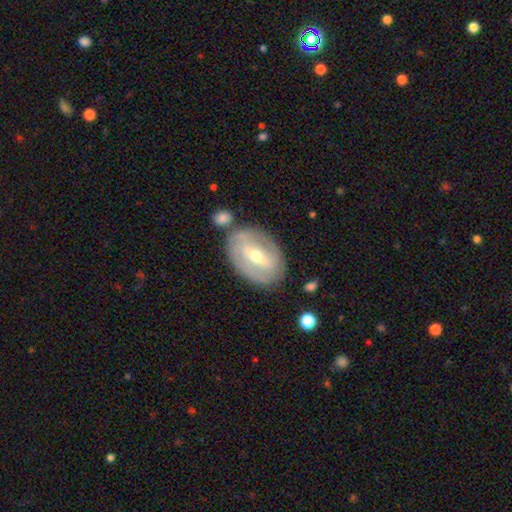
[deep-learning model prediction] Q: Smooth or featured?
A: featured or disk (73%); runner-up: smooth (22%)
Q: Edge-on disk?
A: no (92%); runner-up: yes (8%)
Q: Bar?
A: strong (46%); runner-up: weak (38%)
Q: Spiral arms?
A: yes (57%); runner-up: no (43%)
Q: Bulge size?
A: moderate (59%); runner-up: small (38%)
Q: Merging?
A: none (74%); runner-up: minor disturbance (14%)